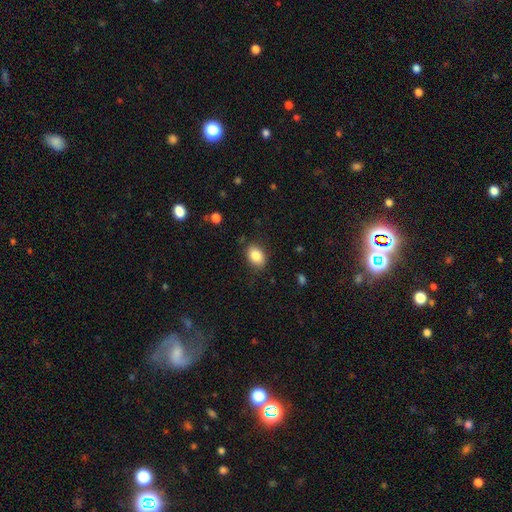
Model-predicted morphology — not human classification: smooth 85%, star or artifact 8%, featured or disk 7%. Down the decision tree: how rounded — in between (76%); merging — none (83%).